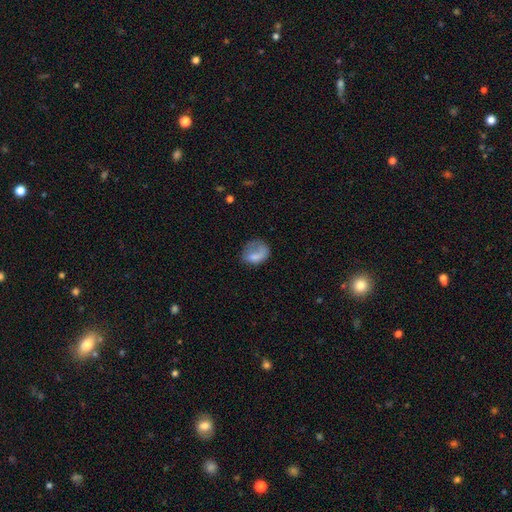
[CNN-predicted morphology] type=smooth (70%); roundness=in between (57%); merging=major disturbance (36%).